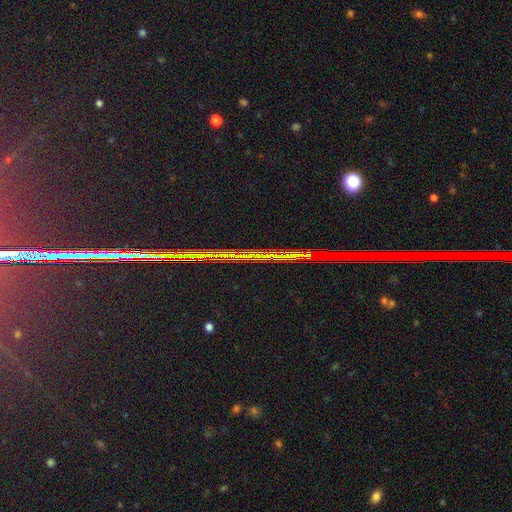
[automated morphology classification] Q: Smooth or featured?
A: star or artifact (87%); runner-up: featured or disk (7%)